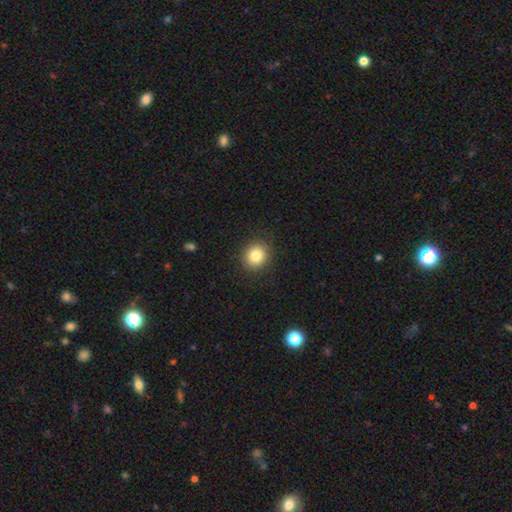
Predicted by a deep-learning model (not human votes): Q: Smooth or featured?
A: smooth (84%); runner-up: star or artifact (10%)
Q: How rounded?
A: round (79%); runner-up: in between (20%)
Q: Merging?
A: none (89%); runner-up: minor disturbance (7%)